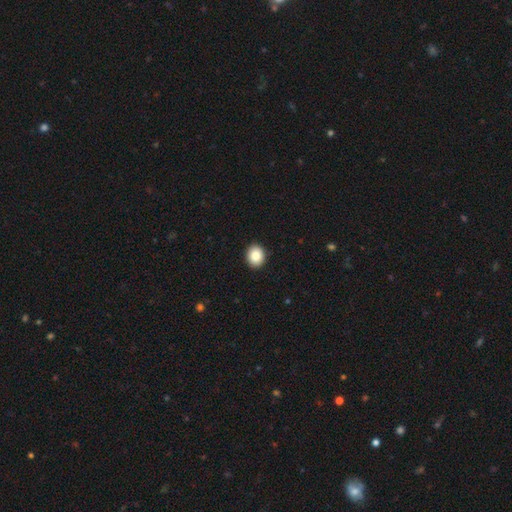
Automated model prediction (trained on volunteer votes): Overall: smooth (86%). How rounded: round (57%; in between 42%). Merging: none (92%).